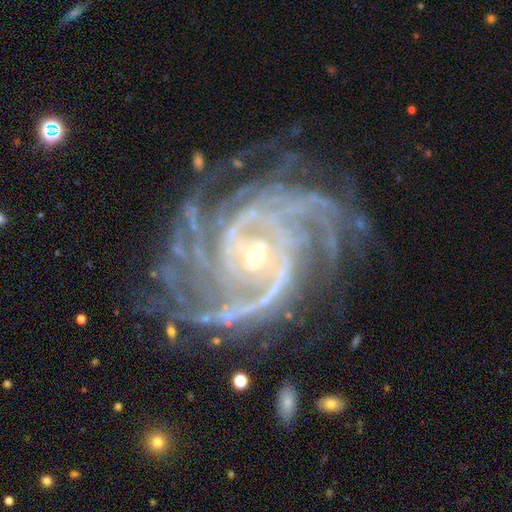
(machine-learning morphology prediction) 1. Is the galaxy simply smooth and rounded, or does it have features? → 93% featured or disk, 5% star or artifact, 2% smooth.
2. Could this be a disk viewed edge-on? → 98% no, 2% yes.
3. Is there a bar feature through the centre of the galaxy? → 58% no, 27% weak, 15% strong.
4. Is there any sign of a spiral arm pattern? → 99% yes, 1% no.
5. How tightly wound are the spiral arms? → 69% tight, 27% medium, 4% loose.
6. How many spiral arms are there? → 24% 4, 22% more than 4, 17% 3, 14% can't tell, 14% 2, 9% 1.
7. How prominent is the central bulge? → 67% small, 30% moderate, 1% large, 1% none, 1% dominant.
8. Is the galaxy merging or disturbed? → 71% none, 17% minor disturbance, 10% major disturbance, 2% merger.